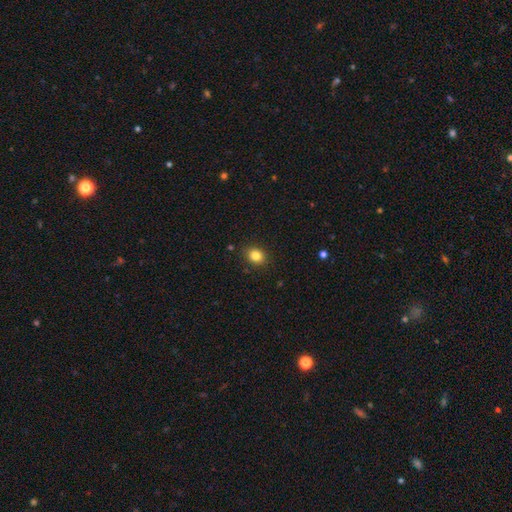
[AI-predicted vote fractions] Smooth or featured: smooth — 83% (star or artifact — 11%)
How rounded: round — 63% (in between — 36%)
Merging: none — 89% (minor disturbance — 8%)